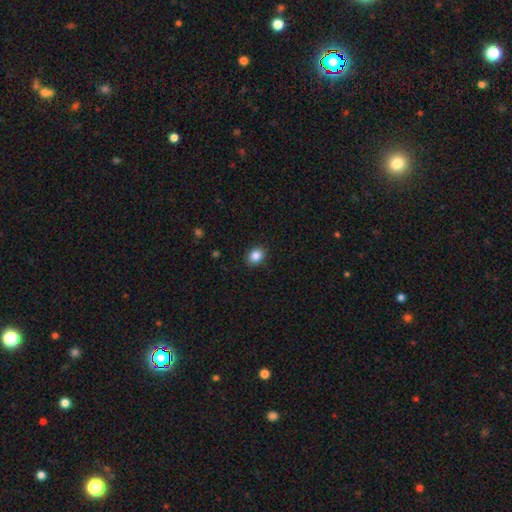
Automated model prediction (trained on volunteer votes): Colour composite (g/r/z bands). It shows a smooth galaxy with no disk features (86%) that is round (50%). Merging: none (89%).